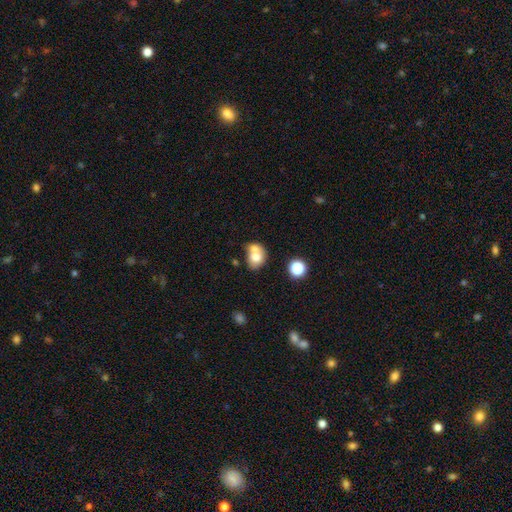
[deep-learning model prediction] smooth-or-featured: smooth: 70% | featured or disk: 21% | star or artifact: 10%
  how-rounded: round: 50% | in between: 49% | cigar-shaped: 1%
  merging: merger: 55% | none: 29% | minor disturbance: 11% | major disturbance: 5%